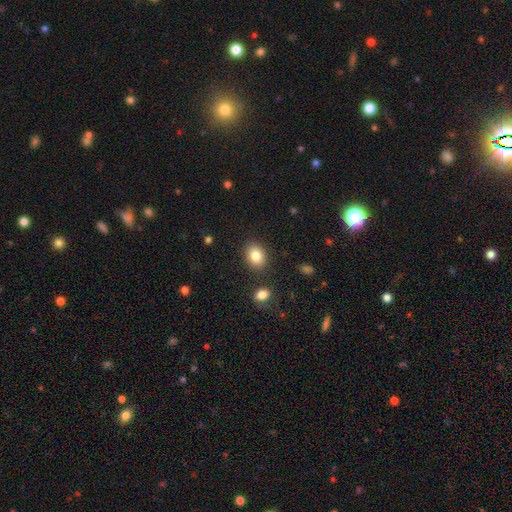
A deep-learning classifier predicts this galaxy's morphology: Smooth or featured: smooth — 84% (star or artifact — 9%)
How rounded: in between — 64% (round — 35%)
Merging: none — 86% (minor disturbance — 9%)